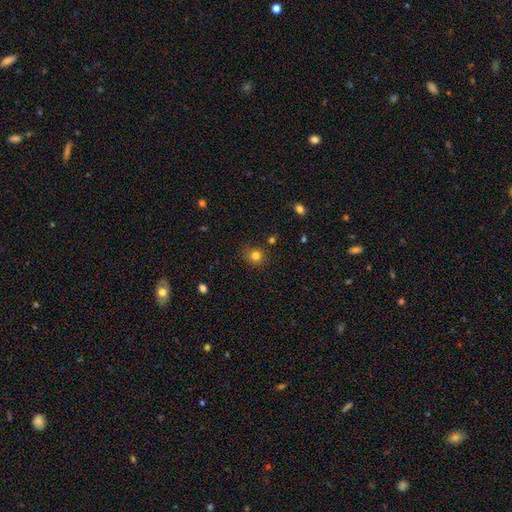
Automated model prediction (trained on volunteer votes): Smooth or featured? smooth (80%)
How rounded? round (86%)
Merging? none (84%)